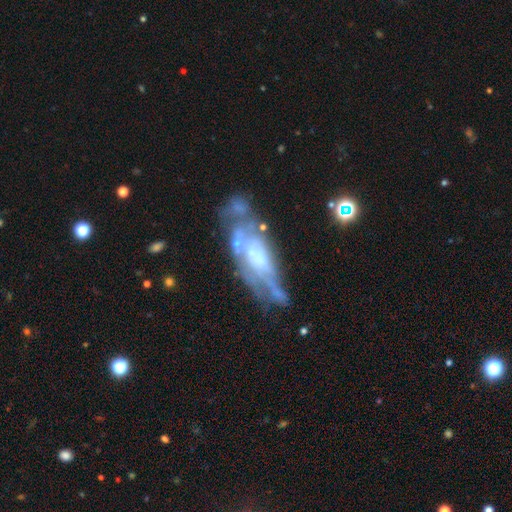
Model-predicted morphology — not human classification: Smooth or featured? featured or disk (72%)
Edge-on disk? no (81%)
Bar? no (71%)
Spiral arms? yes (52%)
Bulge size? small (43%)
Merging? none (44%)